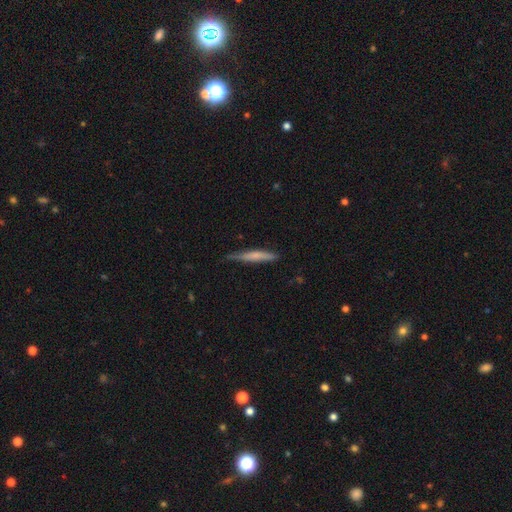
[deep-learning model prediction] A smooth galaxy with no disk features (59%) that is cigar-shaped (94%).

Vote fractions:
- Smooth or featured? smooth: 59% / featured or disk: 35% / star or artifact: 6%
- How rounded? cigar-shaped: 94% / in between: 4% / round: 1%
- Merging? none: 74% / minor disturbance: 22% / major disturbance: 3% / merger: 2%